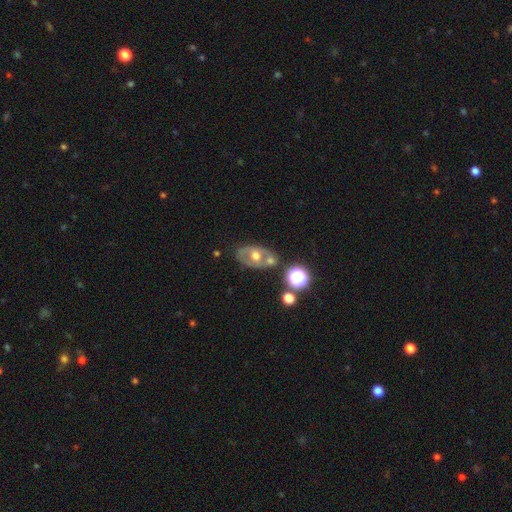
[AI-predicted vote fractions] A featured or disk galaxy (55%) with no bar (79%), no spiral arms (80%) and a moderate central bulge (67%).

Vote fractions:
- Smooth or featured? featured or disk: 55% / smooth: 34% / star or artifact: 10%
- Edge-on disk? no: 90% / yes: 10%
- Bar? no: 79% / weak: 16% / strong: 6%
- Spiral arms? no: 80% / yes: 20%
- Bulge size? moderate: 67% / large: 20% / small: 9% / none: 2% / dominant: 2%
- Merging? none: 54% / merger: 23% / minor disturbance: 16% / major disturbance: 7%